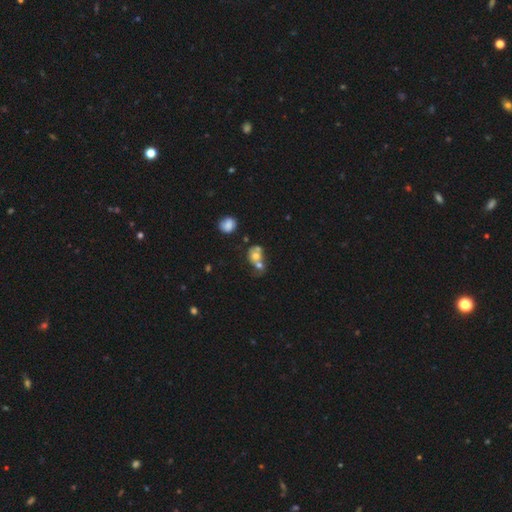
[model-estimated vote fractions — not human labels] smooth-or-featured: smooth: 61% | featured or disk: 27% | star or artifact: 13%
  how-rounded: round: 58% | in between: 41% | cigar-shaped: 1%
  merging: merger: 66% | none: 18% | minor disturbance: 8% | major disturbance: 8%